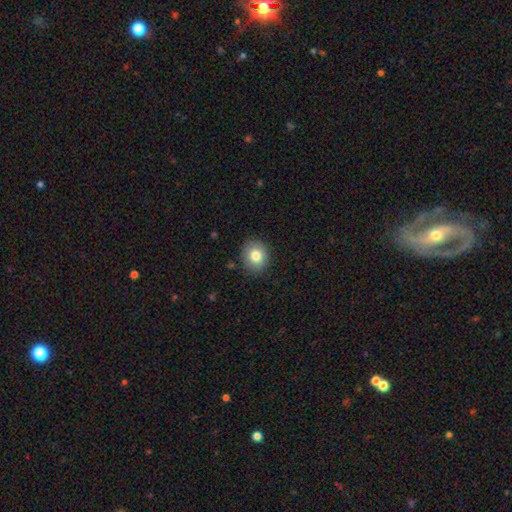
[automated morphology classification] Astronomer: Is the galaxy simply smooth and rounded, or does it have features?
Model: smooth — 80%.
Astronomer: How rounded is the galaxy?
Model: round — 78%.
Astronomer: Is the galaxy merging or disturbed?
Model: none — 88%.